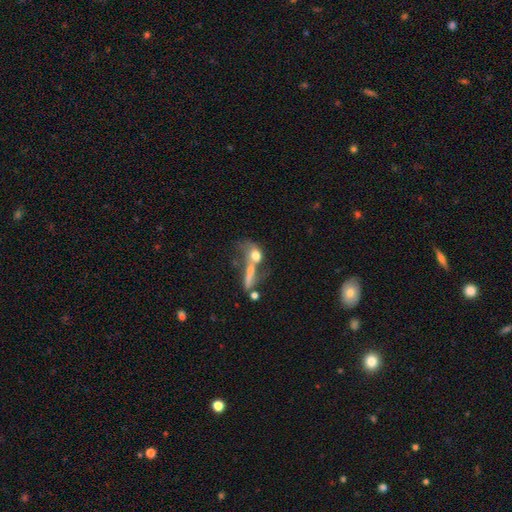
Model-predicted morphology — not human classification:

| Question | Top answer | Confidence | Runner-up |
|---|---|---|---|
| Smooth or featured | smooth | 59% | featured or disk (30%) |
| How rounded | in between | 57% | round (28%) |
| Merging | merger | 57% | major disturbance (19%) |